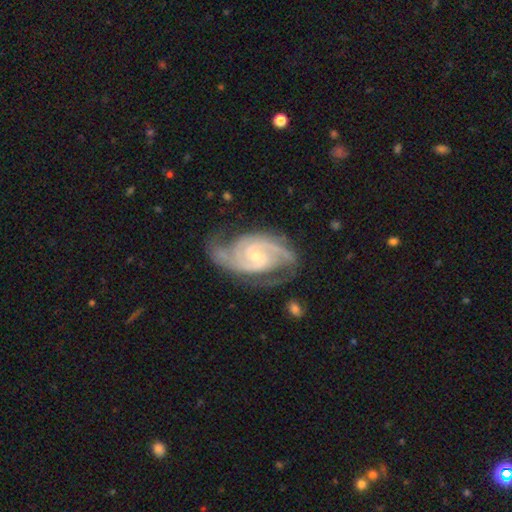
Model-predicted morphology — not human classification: Smooth or featured?
  - featured or disk: 93% *
  - star or artifact: 4%
  - smooth: 3%
Edge-on disk?
  - no: 98% *
  - yes: 2%
Bar?
  - no: 46% *
  - weak: 42%
  - strong: 13%
Spiral arms?
  - yes: 99% *
  - no: 1%
Spiral winding?
  - tight: 50% *
  - medium: 44%
  - loose: 6%
Spiral arm count?
  - 2: 74% *
  - 3: 15%
  - can't tell: 4%
  - 4: 3%
  - 1: 2%
  - more than 4: 2%
Bulge size?
  - small: 67% *
  - moderate: 29%
  - none: 2%
  - large: 1%
  - dominant: 1%
Merging?
  - none: 71% *
  - minor disturbance: 20%
  - major disturbance: 7%
  - merger: 2%